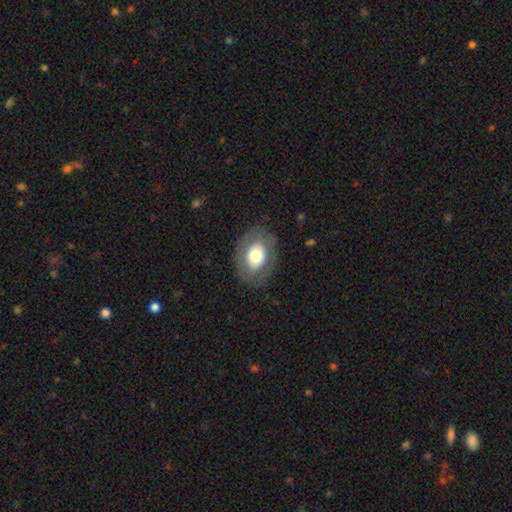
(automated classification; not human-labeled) Smooth or featured?
  - smooth: 60% *
  - featured or disk: 33%
  - star or artifact: 7%
How rounded?
  - in between: 69% *
  - round: 30%
  - cigar-shaped: 1%
Merging?
  - none: 80% *
  - minor disturbance: 13%
  - major disturbance: 6%
  - merger: 1%